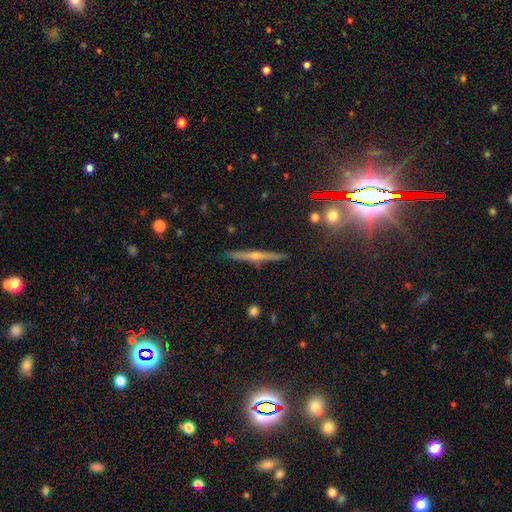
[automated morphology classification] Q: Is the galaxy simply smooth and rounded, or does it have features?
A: featured or disk — 57%.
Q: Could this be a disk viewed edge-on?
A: yes — 93%.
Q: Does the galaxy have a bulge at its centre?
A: rounded — 82%.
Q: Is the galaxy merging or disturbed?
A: none — 86%.